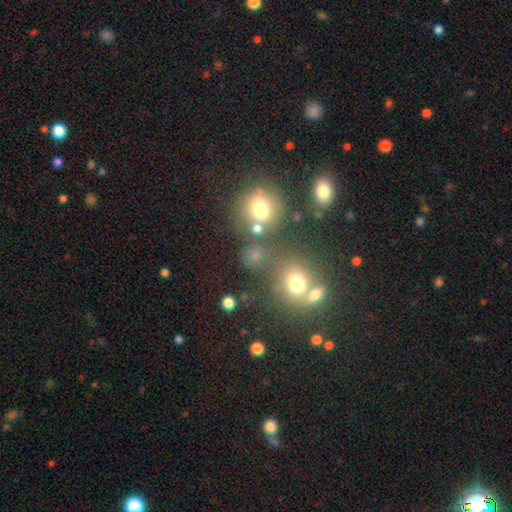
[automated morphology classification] Q: Smooth or featured?
A: smooth (69%); runner-up: star or artifact (22%)
Q: How rounded?
A: round (83%); runner-up: in between (16%)
Q: Merging?
A: none (63%); runner-up: merger (21%)